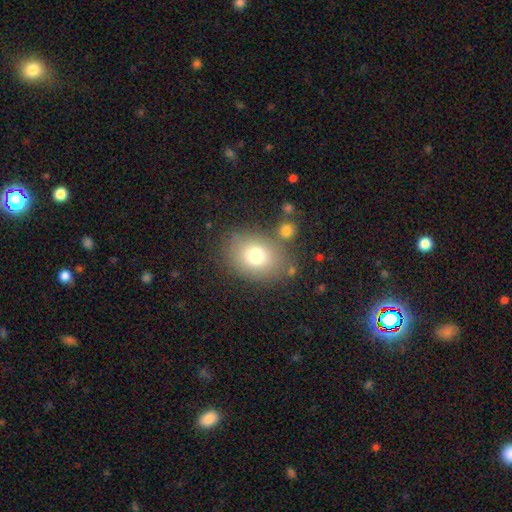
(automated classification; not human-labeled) Smooth or featured: smooth — 75% (featured or disk — 13%)
How rounded: in between — 56% (round — 43%)
Merging: none — 73% (minor disturbance — 12%)